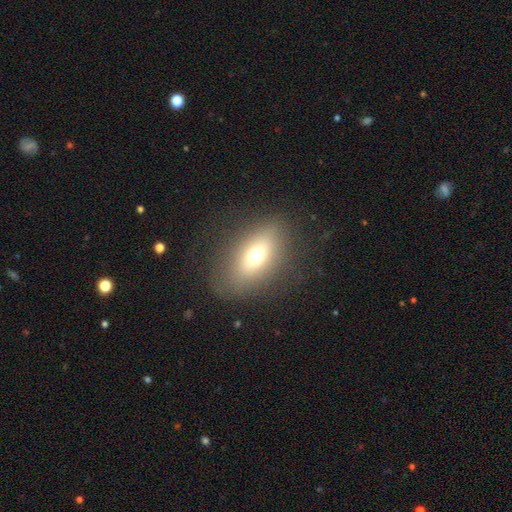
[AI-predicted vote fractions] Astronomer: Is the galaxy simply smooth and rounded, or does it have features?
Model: smooth — 63%.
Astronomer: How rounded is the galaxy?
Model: in between — 79%.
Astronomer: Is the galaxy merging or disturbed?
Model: none — 79%.